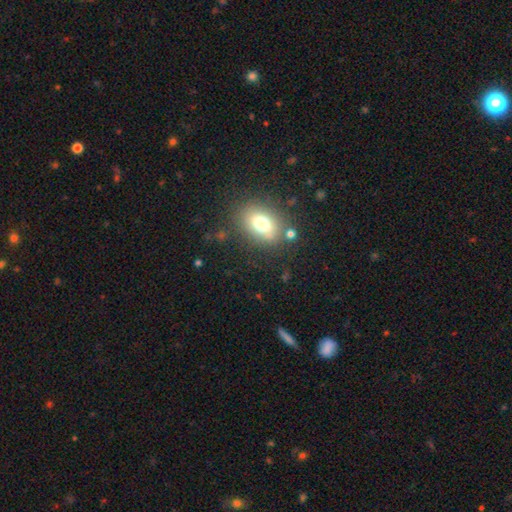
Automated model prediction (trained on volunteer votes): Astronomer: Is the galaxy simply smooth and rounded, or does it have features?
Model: smooth — 69%.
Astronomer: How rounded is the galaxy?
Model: in between — 63%.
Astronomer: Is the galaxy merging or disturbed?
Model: none — 82%.